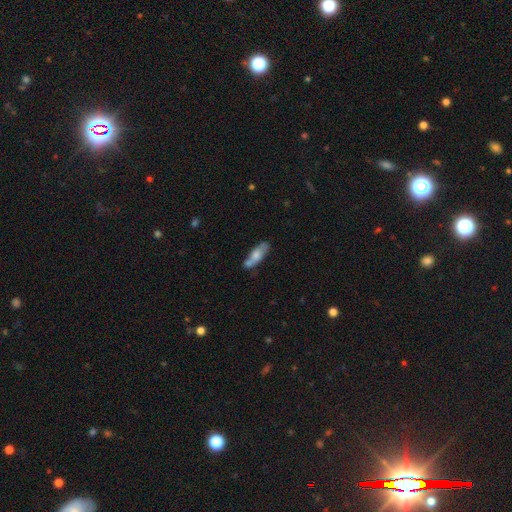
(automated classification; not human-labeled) smooth 64%, featured or disk 30%, star or artifact 7%. Down the decision tree: how rounded — in between (55%); merging — none (51%).